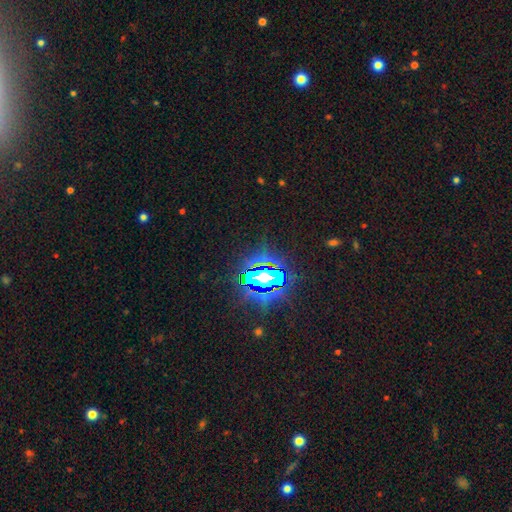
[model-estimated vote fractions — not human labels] Smooth or featured? star or artifact (83%)